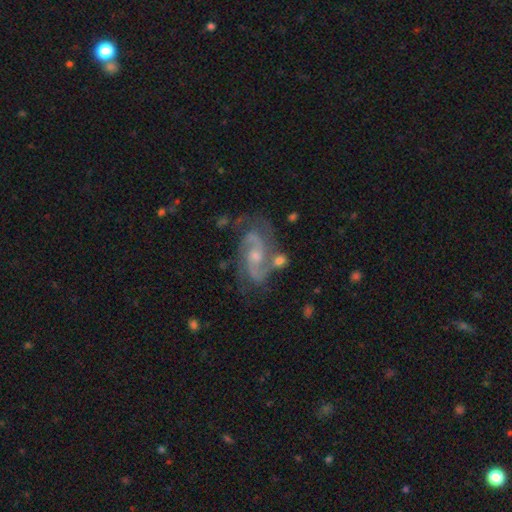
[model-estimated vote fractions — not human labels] Smooth or featured?
  - featured or disk: 87% *
  - star or artifact: 7%
  - smooth: 6%
Edge-on disk?
  - no: 97% *
  - yes: 3%
Bar?
  - no: 51% *
  - weak: 39%
  - strong: 10%
Spiral arms?
  - yes: 97% *
  - no: 3%
Spiral winding?
  - medium: 56% *
  - tight: 23%
  - loose: 21%
Spiral arm count?
  - 2: 84% *
  - 3: 6%
  - can't tell: 5%
  - 1: 2%
  - 4: 2%
  - more than 4: 2%
Bulge size?
  - moderate: 48% *
  - small: 45%
  - none: 3%
  - large: 2%
  - dominant: 1%
Merging?
  - none: 63% *
  - minor disturbance: 19%
  - major disturbance: 9%
  - merger: 9%